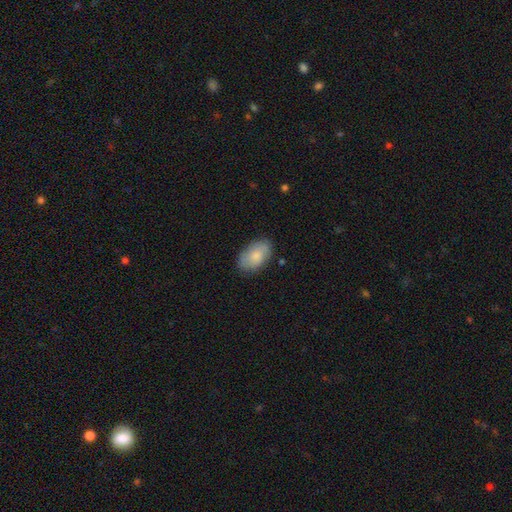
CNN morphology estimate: type=smooth (78%); roundness=in between (92%); merging=none (80%).